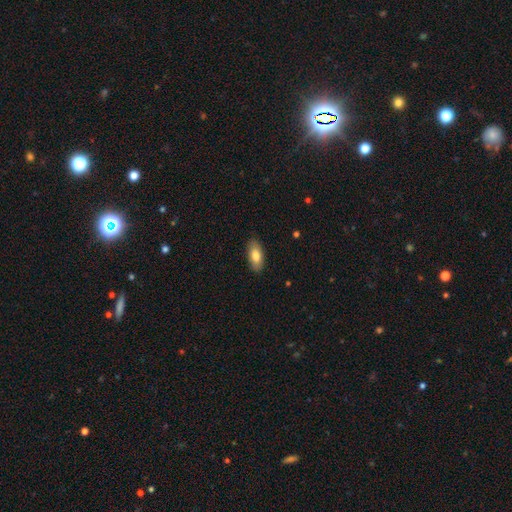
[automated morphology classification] The model was most divided on "smooth or featured": smooth: 80%, featured or disk: 14%, star or artifact: 6%. More confident: how rounded — in between (88%); merging — none (87%).